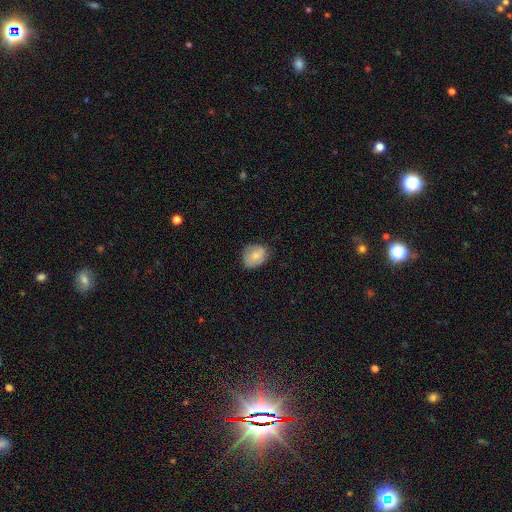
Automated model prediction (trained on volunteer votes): Smooth or featured?
  - smooth: 74% *
  - featured or disk: 18%
  - star or artifact: 8%
How rounded?
  - round: 52% *
  - in between: 47%
  - cigar-shaped: 1%
Merging?
  - none: 67% *
  - minor disturbance: 27%
  - major disturbance: 5%
  - merger: 1%